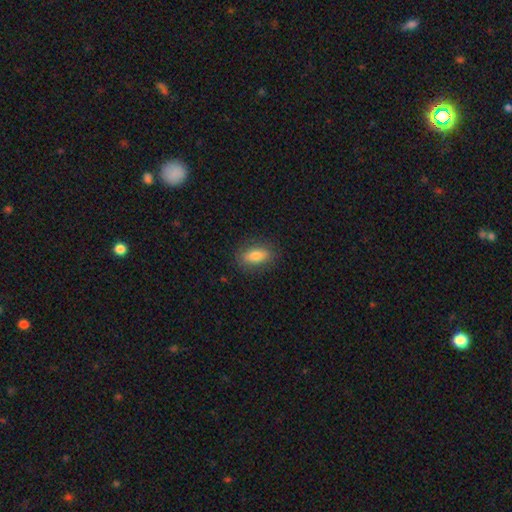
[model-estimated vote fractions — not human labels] Q: Smooth or featured?
A: smooth (78%); runner-up: featured or disk (15%)
Q: How rounded?
A: in between (84%); runner-up: cigar-shaped (9%)
Q: Merging?
A: none (85%); runner-up: minor disturbance (11%)